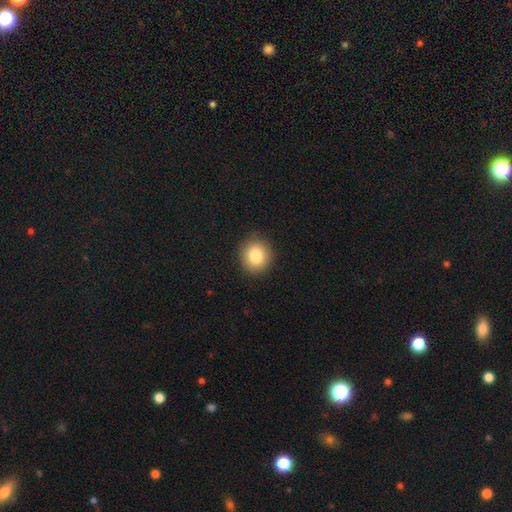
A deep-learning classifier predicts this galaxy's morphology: Q: Smooth or featured?
A: smooth (81%); runner-up: star or artifact (10%)
Q: How rounded?
A: round (87%); runner-up: in between (12%)
Q: Merging?
A: none (89%); runner-up: minor disturbance (8%)